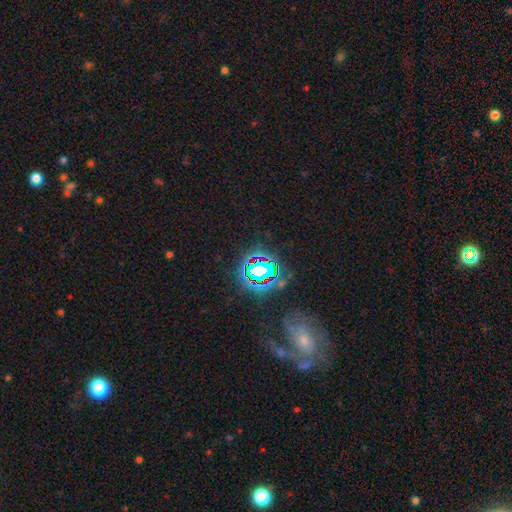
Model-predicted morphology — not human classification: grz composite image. It shows a star or artifact, not a galaxy (63%).